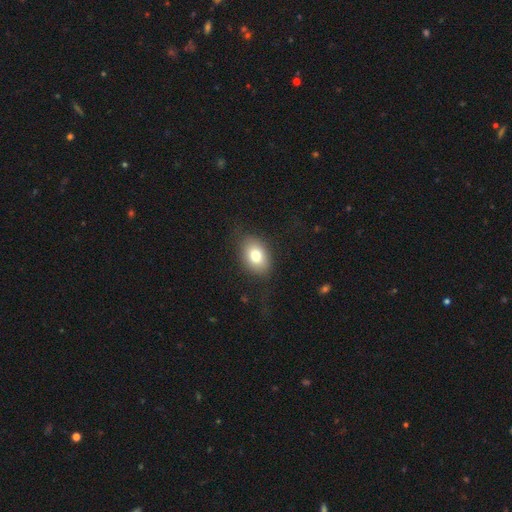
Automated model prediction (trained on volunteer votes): smooth-or-featured: smooth: 77% | featured or disk: 15% | star or artifact: 9%
  how-rounded: in between: 80% | round: 19% | cigar-shaped: 1%
  merging: none: 78% | minor disturbance: 14% | major disturbance: 6% | merger: 1%